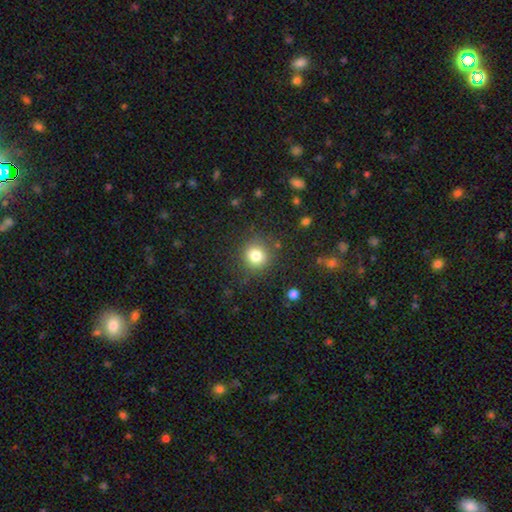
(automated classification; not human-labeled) This is likely a smooth galaxy (80%). How rounded: clearly round (90%). Merging: clearly none (85%).